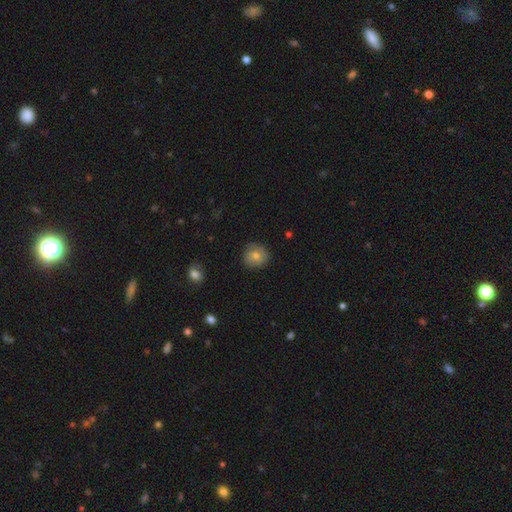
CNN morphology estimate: Q: Smooth or featured?
A: smooth (65%); runner-up: featured or disk (25%)
Q: How rounded?
A: round (85%); runner-up: in between (14%)
Q: Merging?
A: none (76%); runner-up: minor disturbance (18%)